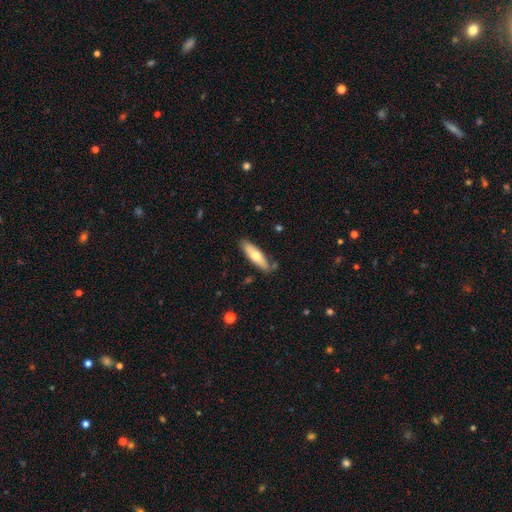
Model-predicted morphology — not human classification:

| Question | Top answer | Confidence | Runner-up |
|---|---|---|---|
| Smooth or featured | smooth | 64% | featured or disk (30%) |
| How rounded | cigar-shaped | 56% | in between (42%) |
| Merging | none | 79% | minor disturbance (15%) |